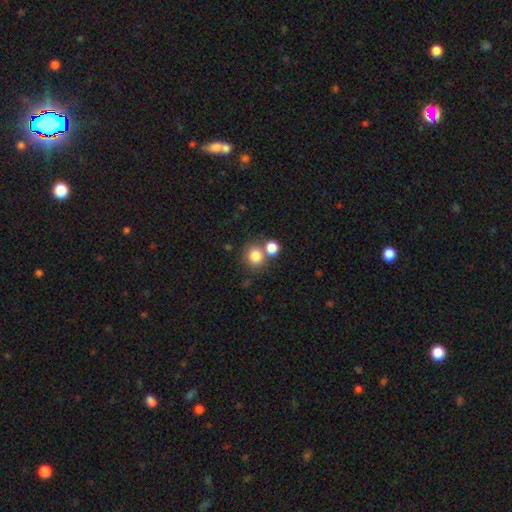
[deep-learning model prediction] This is clearly a smooth galaxy (81%). How rounded: clearly round (81%). Merging: likely none (60%).